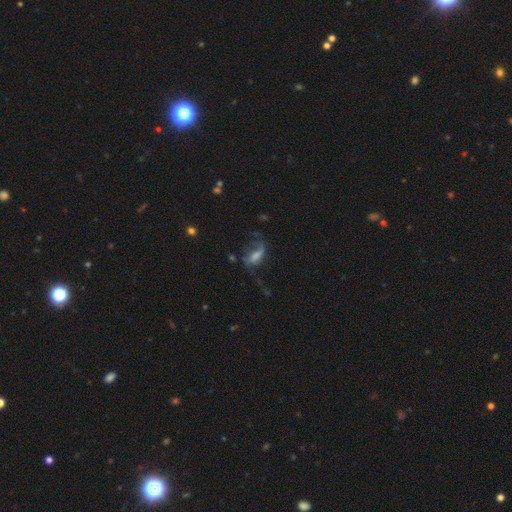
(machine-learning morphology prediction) Overall: featured or disk (52%; smooth 33%). Edge-on disk: no (85%). Merging: none (40%; major disturbance 32%).